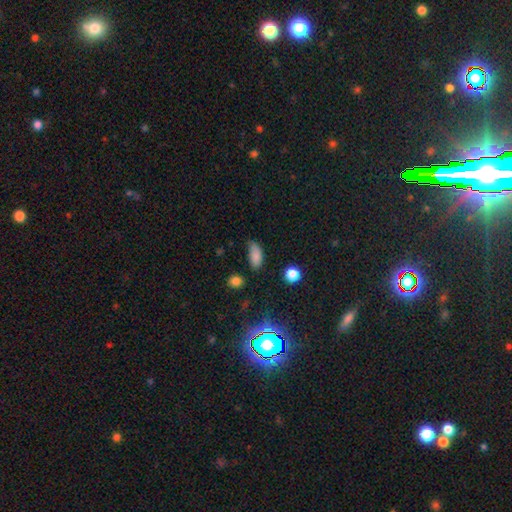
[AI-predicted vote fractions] smooth_or_featured: smooth (p=0.81) [alt: star or artifact p=0.13]
how_rounded: in between (p=0.86) [alt: cigar-shaped p=0.09]
merging: none (p=0.52) [alt: minor disturbance p=0.35]